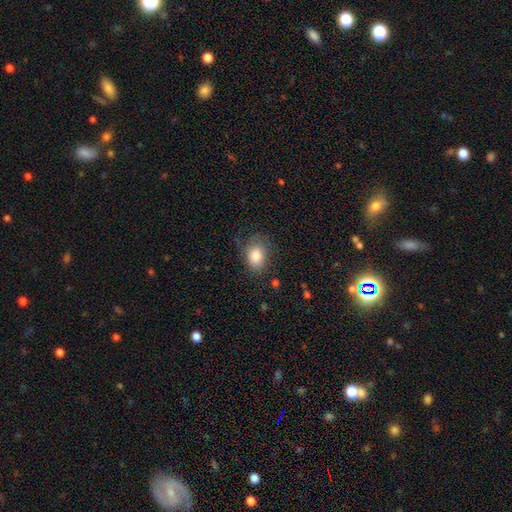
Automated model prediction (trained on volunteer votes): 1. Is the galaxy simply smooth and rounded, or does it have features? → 82% smooth, 10% featured or disk, 8% star or artifact.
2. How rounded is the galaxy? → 66% in between, 33% round, 1% cigar-shaped.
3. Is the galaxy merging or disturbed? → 64% none, 23% minor disturbance, 11% major disturbance, 2% merger.